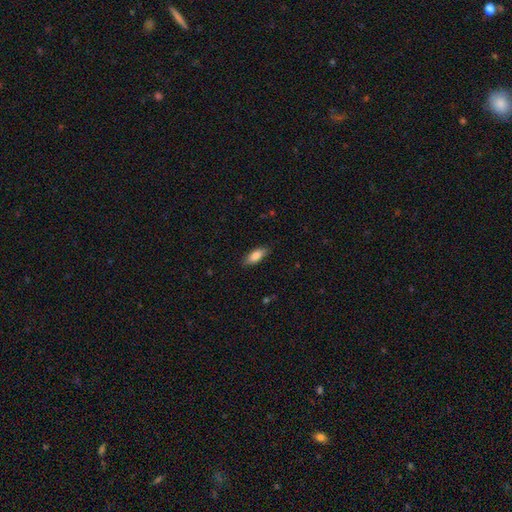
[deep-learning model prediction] The model was most divided on "how rounded": in between: 77%, cigar-shaped: 20%, round: 2%. More confident: merging — none (83%); smooth or featured — smooth (83%).